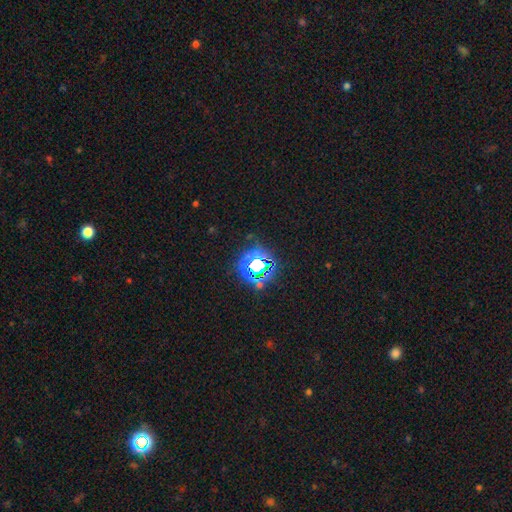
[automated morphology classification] Smooth or featured? Predicted: star or artifact (p=0.76).